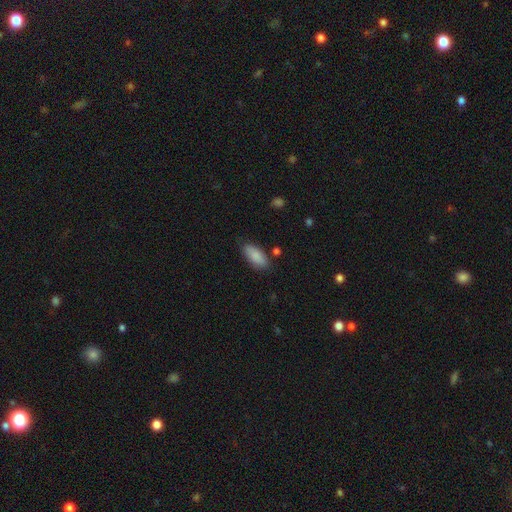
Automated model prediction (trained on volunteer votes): Q: Smooth or featured?
A: smooth (88%); runner-up: star or artifact (6%)
Q: How rounded?
A: in between (86%); runner-up: cigar-shaped (12%)
Q: Merging?
A: none (80%); runner-up: minor disturbance (14%)